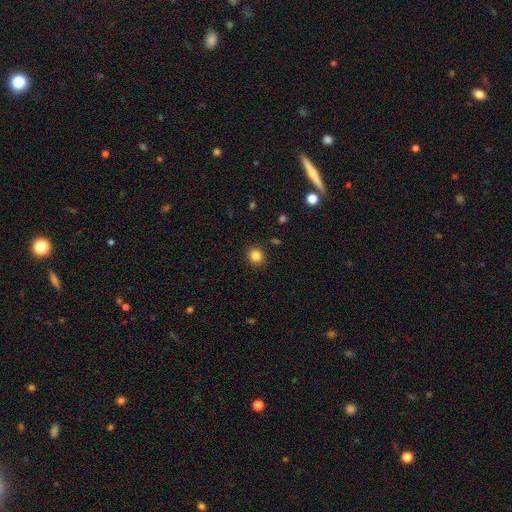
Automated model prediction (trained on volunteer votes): Overall: smooth (84%). How rounded: round (89%). Merging: none (91%).